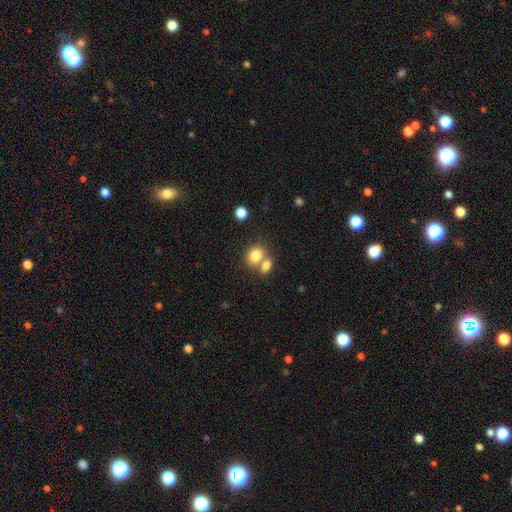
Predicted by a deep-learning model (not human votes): smooth-or-featured: smooth: 81% | star or artifact: 10% | featured or disk: 9%
  how-rounded: round: 59% | in between: 40% | cigar-shaped: 1%
  merging: merger: 47% | none: 41% | minor disturbance: 8% | major disturbance: 3%